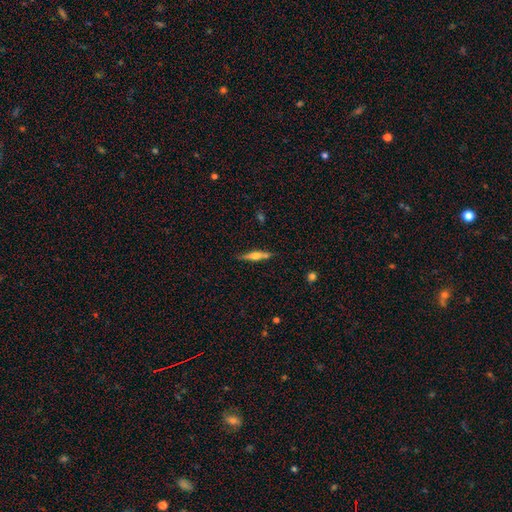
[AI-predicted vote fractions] Overall: featured or disk (57%; smooth 37%). Edge-on disk: yes (96%). Edge-on bulge: rounded (86%). Merging: none (80%).